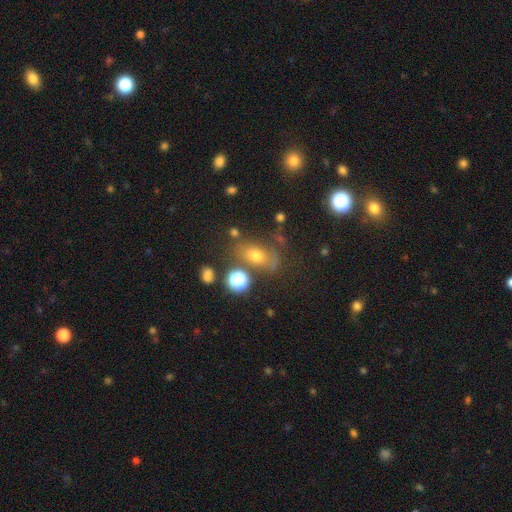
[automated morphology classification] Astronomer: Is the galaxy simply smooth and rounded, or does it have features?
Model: smooth — 57%.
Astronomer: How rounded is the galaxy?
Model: in between — 71%.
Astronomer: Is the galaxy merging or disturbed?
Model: none — 60%.